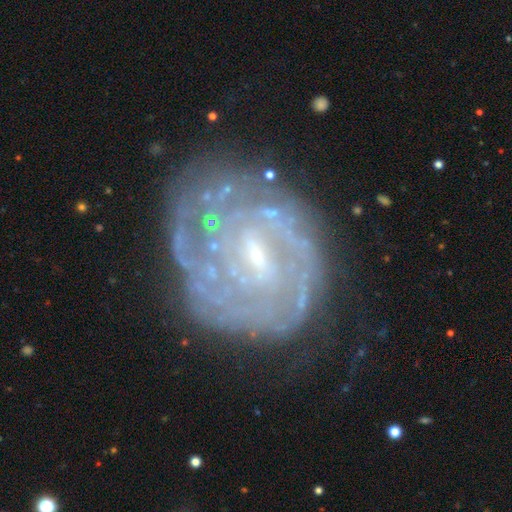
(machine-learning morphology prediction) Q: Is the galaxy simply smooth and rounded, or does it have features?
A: featured or disk — 83%.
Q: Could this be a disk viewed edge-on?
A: no — 97%.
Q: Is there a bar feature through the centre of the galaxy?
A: weak — 55%.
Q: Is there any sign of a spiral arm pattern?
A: yes — 88%.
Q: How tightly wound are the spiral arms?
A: tight — 71%.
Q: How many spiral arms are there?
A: can't tell — 47%.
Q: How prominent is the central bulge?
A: small — 66%.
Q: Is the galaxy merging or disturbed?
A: none — 69%.